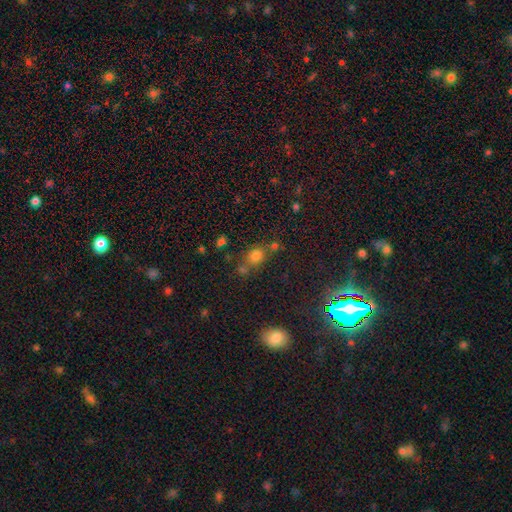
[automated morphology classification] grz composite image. It shows a smooth galaxy with no disk features (71%) that is round (54%). Merging: none (57%).